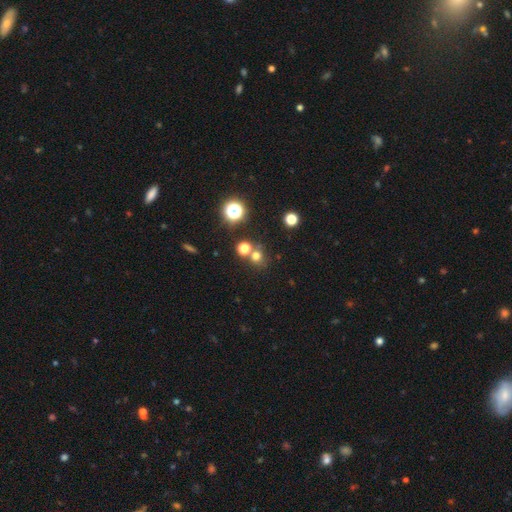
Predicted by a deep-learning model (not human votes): A smooth galaxy with no disk features (65%) that is round (86%). Merging: none (66%).